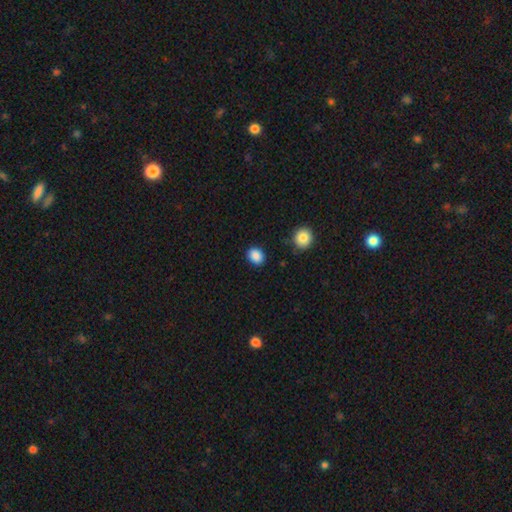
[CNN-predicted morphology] Q: Smooth or featured?
A: smooth (88%); runner-up: star or artifact (9%)
Q: How rounded?
A: round (50%); tied with: in between (50%)
Q: Merging?
A: none (87%); runner-up: minor disturbance (8%)